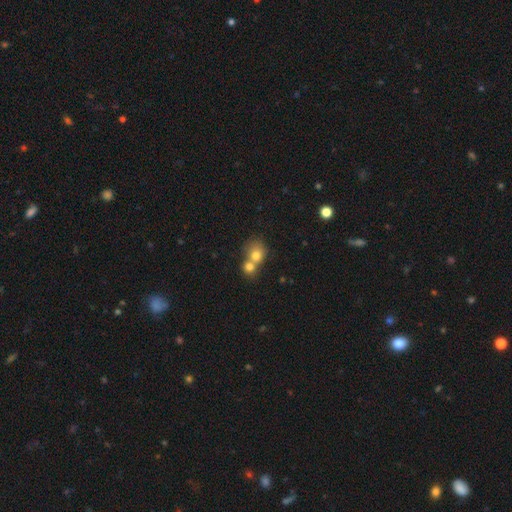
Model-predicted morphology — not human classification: A smooth galaxy with no disk features (74%) that is round (73%). Merging: merger (65%).